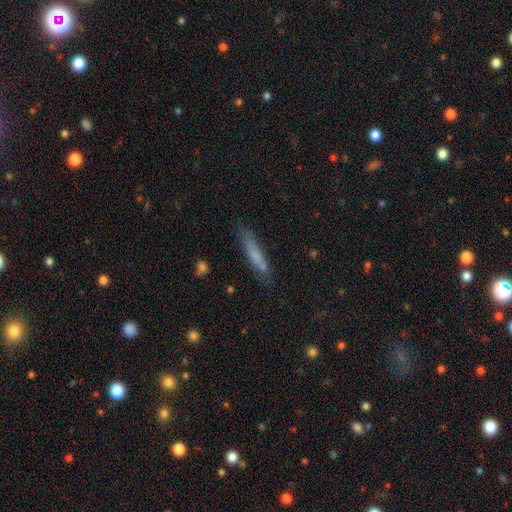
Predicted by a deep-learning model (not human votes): Smooth or featured: smooth — 68% (featured or disk — 23%)
How rounded: cigar-shaped — 85% (in between — 13%)
Merging: none — 72% (minor disturbance — 19%)